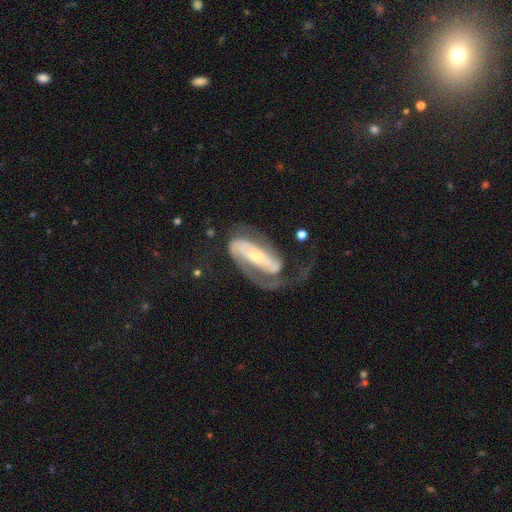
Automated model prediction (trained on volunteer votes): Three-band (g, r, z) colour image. It shows a featured or disk galaxy (87%) with a strong bar (44%), 2 (68%) tight (41%, tied with medium) spiral arms (94%) and a small central bulge (61%). Merging: none (45%).